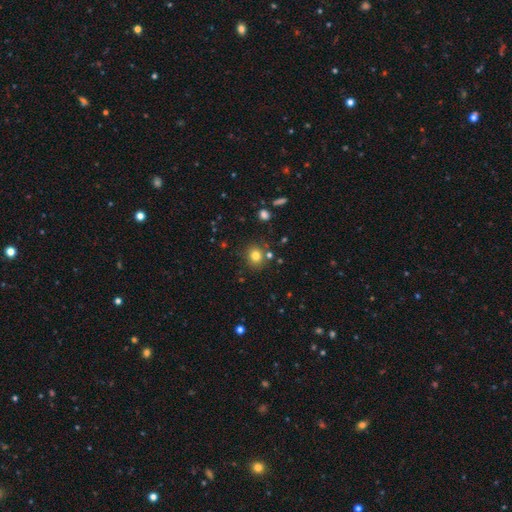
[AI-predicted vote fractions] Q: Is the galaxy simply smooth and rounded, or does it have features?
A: smooth — 79%.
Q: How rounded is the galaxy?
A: round — 74%.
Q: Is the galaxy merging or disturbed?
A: none — 80%.